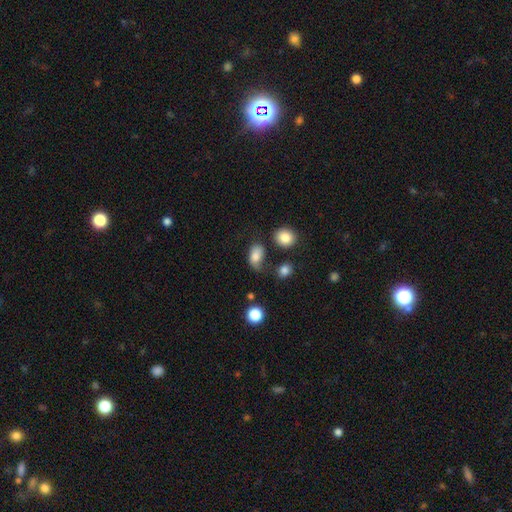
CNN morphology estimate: A smooth galaxy with no disk features (81%) that is in between round and cigar-shaped (83%).

Vote fractions:
- Smooth or featured? smooth: 81% / featured or disk: 9% / star or artifact: 9%
- How rounded? in between: 83% / round: 15% / cigar-shaped: 2%
- Merging? none: 45% / minor disturbance: 31% / major disturbance: 17% / merger: 7%